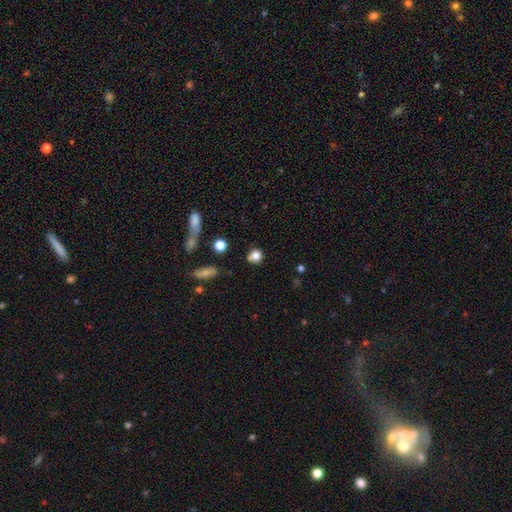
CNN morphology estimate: Overall: smooth (81%). How rounded: round (83%). Merging: none (75%).